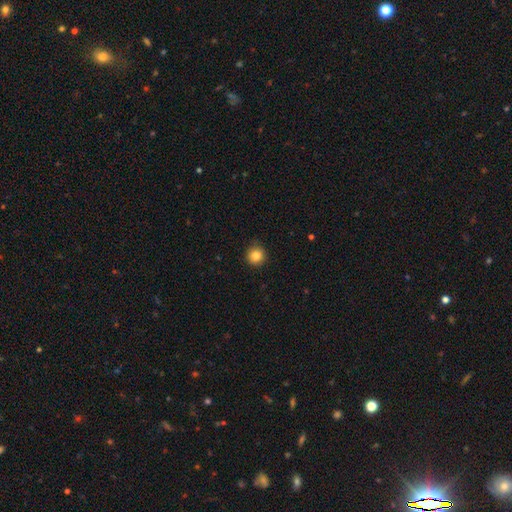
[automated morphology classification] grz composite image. It shows a smooth galaxy with no disk features (84%) that is round (94%). Merging: none (90%).